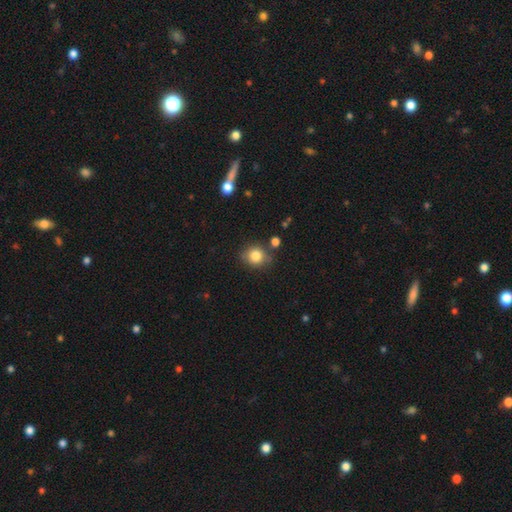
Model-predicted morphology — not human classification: A smooth galaxy with no disk features (82%) that is round (84%). Merging: none (76%).